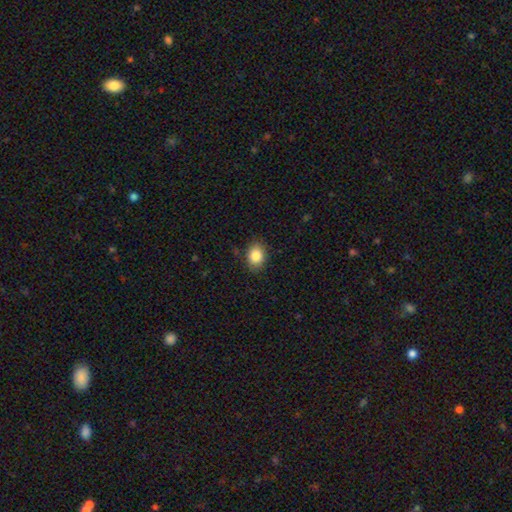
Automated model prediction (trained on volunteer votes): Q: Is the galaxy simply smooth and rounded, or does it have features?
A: smooth — 85%.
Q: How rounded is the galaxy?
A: in between — 64%.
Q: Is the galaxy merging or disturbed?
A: none — 86%.